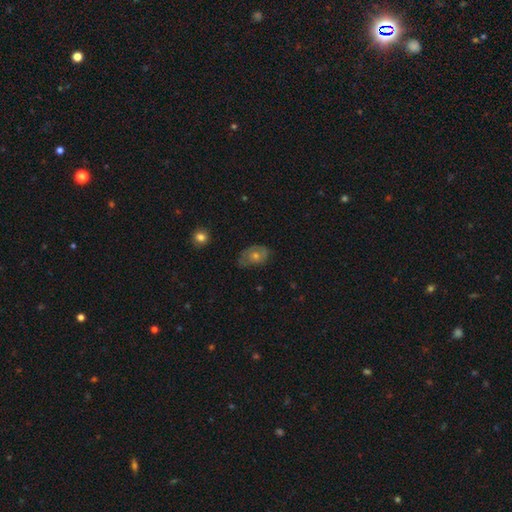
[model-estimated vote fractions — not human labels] smooth-or-featured: featured or disk: 48% | smooth: 37% | star or artifact: 15%
  merging: none: 65% | minor disturbance: 25% | major disturbance: 9% | merger: 2%